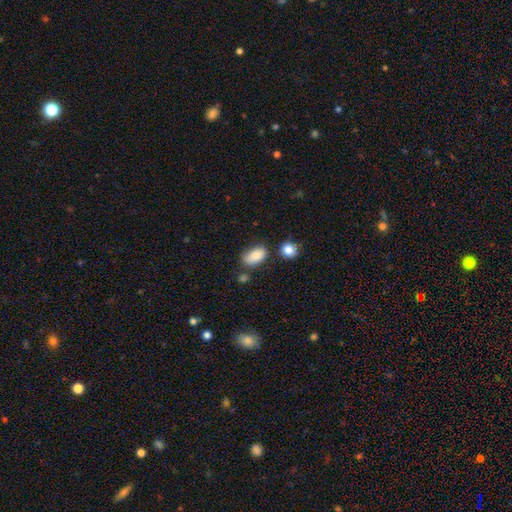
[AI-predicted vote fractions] Morphology: type=smooth (82%); roundness=in between (90%); merging=none (61%).